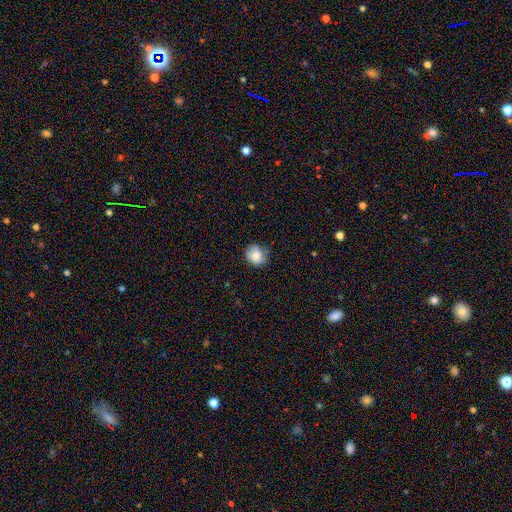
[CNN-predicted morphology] This is likely a smooth galaxy (77%). How rounded: likely round (76%). Merging: likely none (66%).